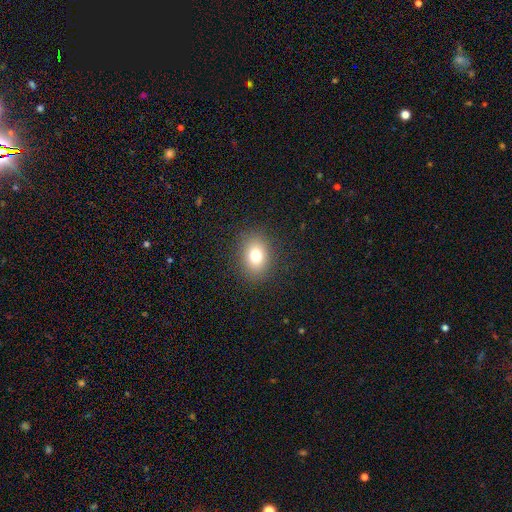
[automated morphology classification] Overall: smooth (77%). How rounded: in between (58%; round 41%). Merging: none (88%).